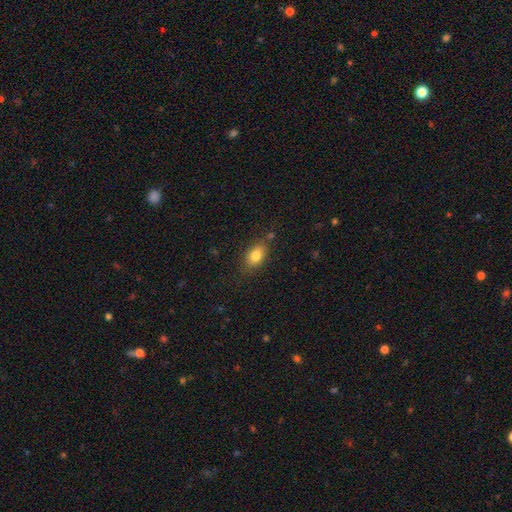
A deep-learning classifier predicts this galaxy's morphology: A smooth galaxy with no disk features (81%) that is in between round and cigar-shaped (80%). Merging: none (75%).